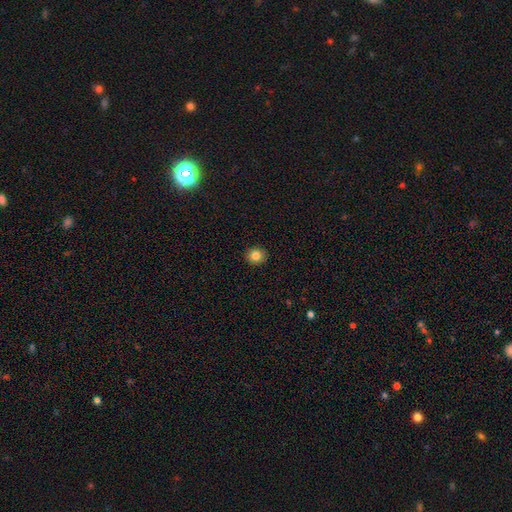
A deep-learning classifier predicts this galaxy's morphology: smooth_or_featured: smooth (p=0.82) [alt: star or artifact p=0.11]
how_rounded: round (p=0.84) [alt: in between p=0.15]
merging: none (p=0.92) [alt: minor disturbance p=0.06]